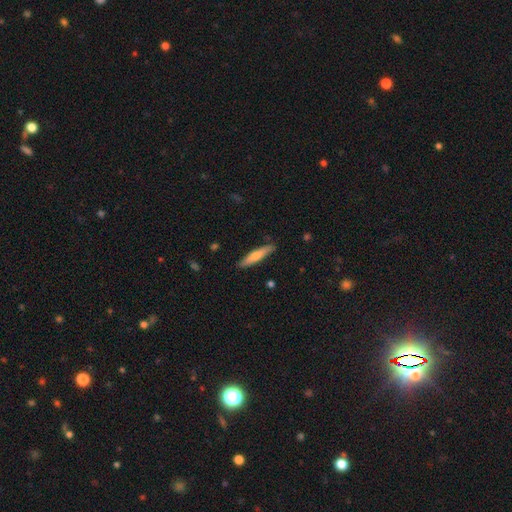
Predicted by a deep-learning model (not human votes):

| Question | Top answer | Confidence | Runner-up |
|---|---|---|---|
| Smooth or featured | smooth | 64% | featured or disk (31%) |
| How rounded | cigar-shaped | 86% | in between (12%) |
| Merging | none | 87% | minor disturbance (10%) |